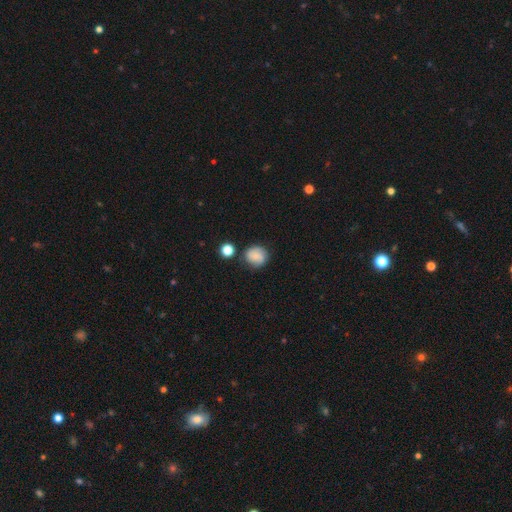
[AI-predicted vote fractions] Smooth or featured?
  - smooth: 69% *
  - featured or disk: 21%
  - star or artifact: 10%
How rounded?
  - round: 84% *
  - in between: 15%
  - cigar-shaped: 1%
Merging?
  - none: 72% *
  - minor disturbance: 17%
  - merger: 6%
  - major disturbance: 5%